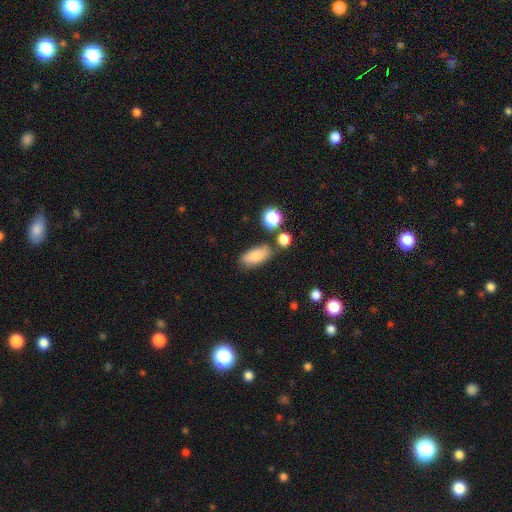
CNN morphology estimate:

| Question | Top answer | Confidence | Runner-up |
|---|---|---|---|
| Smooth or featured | smooth | 81% | featured or disk (10%) |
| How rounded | in between | 84% | cigar-shaped (11%) |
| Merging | none | 71% | minor disturbance (16%) |